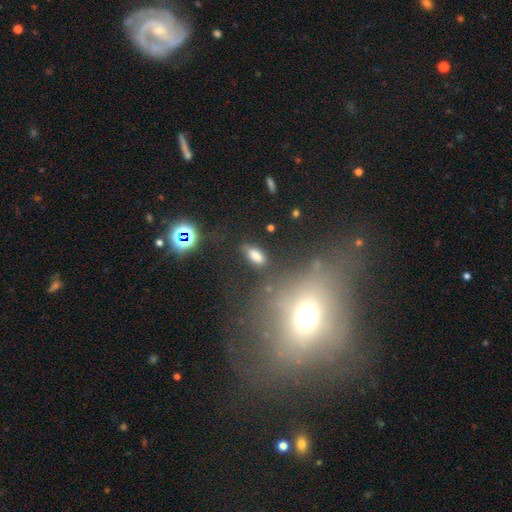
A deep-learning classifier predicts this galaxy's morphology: smooth 79%, star or artifact 12%, featured or disk 9%. Down the decision tree: how rounded — in between (86%); merging — none (73%).